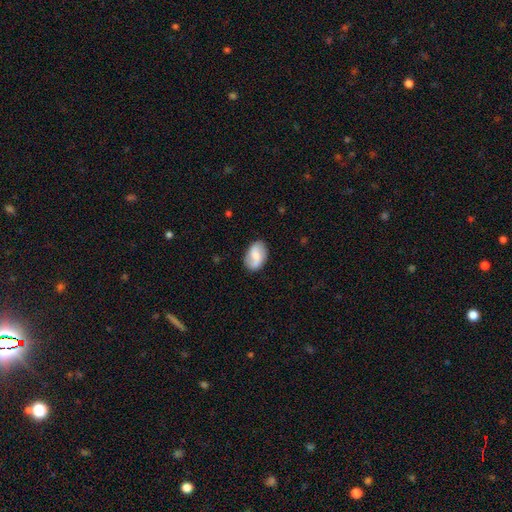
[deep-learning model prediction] smooth-or-featured: smooth: 52% | featured or disk: 41% | star or artifact: 7%
  how-rounded: in between: 90% | round: 9% | cigar-shaped: 2%
  merging: none: 79% | minor disturbance: 15% | major disturbance: 4% | merger: 1%